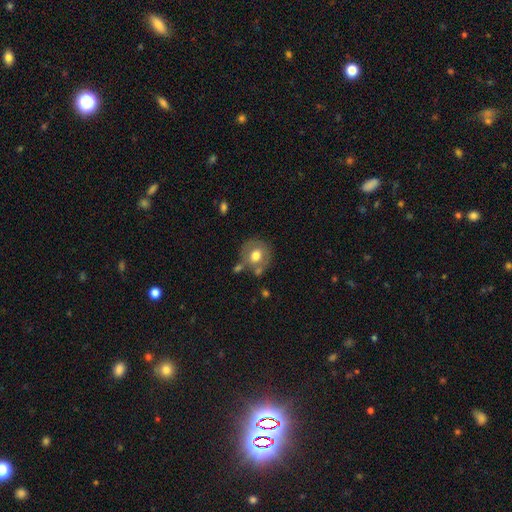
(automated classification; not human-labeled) Smooth or featured? smooth (61%)
How rounded? round (83%)
Merging? none (62%)